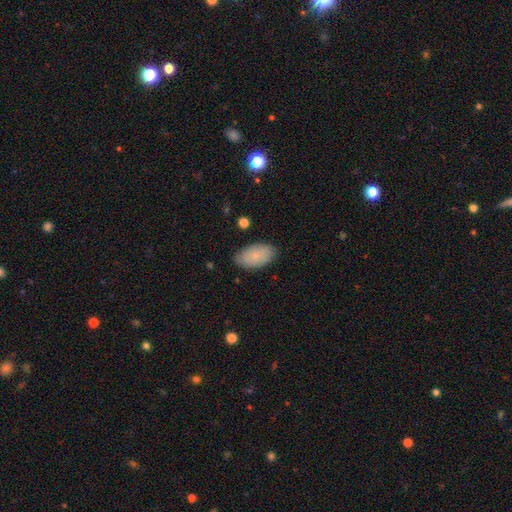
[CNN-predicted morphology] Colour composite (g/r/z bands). It shows a smooth galaxy with no disk features (82%) that is in between round and cigar-shaped (94%). Merging: none (85%).